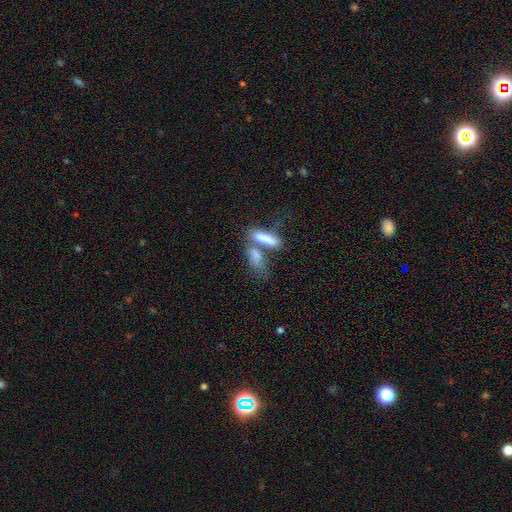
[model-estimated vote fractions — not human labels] Morphology: type=smooth (79%); roundness=in between (56%); merging=merger (56%).